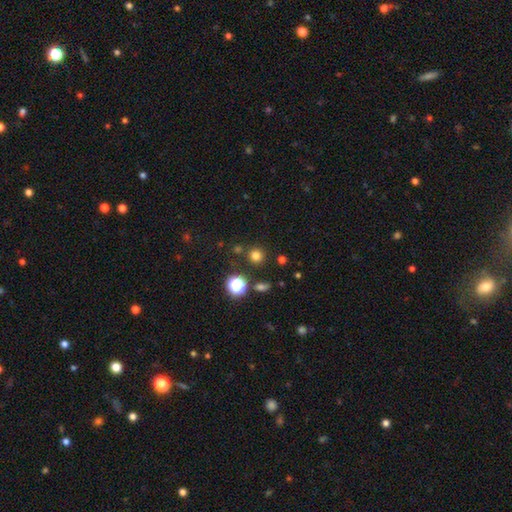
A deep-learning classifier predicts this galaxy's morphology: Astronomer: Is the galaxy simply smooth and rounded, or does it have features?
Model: smooth — 74%.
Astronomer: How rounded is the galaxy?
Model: round — 93%.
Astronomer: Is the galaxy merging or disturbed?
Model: none — 86%.